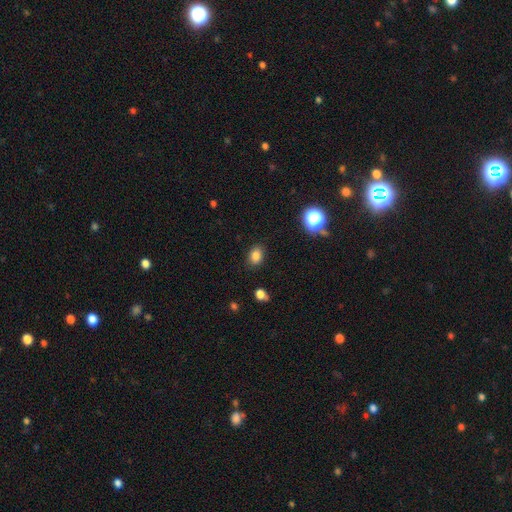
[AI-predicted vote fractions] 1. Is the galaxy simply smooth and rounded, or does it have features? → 82% smooth, 13% star or artifact, 5% featured or disk.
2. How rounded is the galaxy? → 66% in between, 33% round, 1% cigar-shaped.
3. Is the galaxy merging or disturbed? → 85% none, 10% minor disturbance, 3% major disturbance, 2% merger.